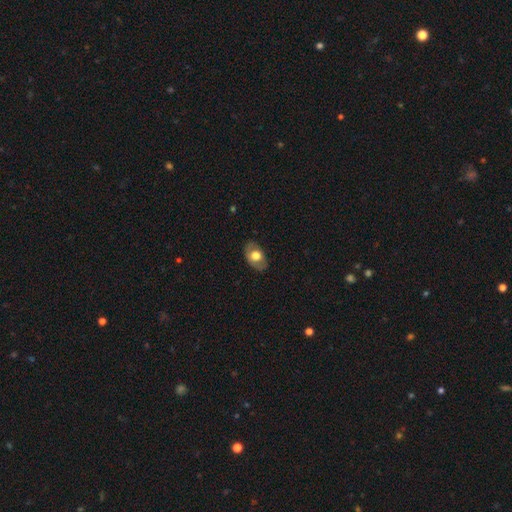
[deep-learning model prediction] Smooth or featured?
  - smooth: 58% *
  - featured or disk: 36%
  - star or artifact: 7%
How rounded?
  - in between: 84% *
  - round: 14%
  - cigar-shaped: 1%
Merging?
  - none: 78% *
  - minor disturbance: 17%
  - major disturbance: 4%
  - merger: 1%